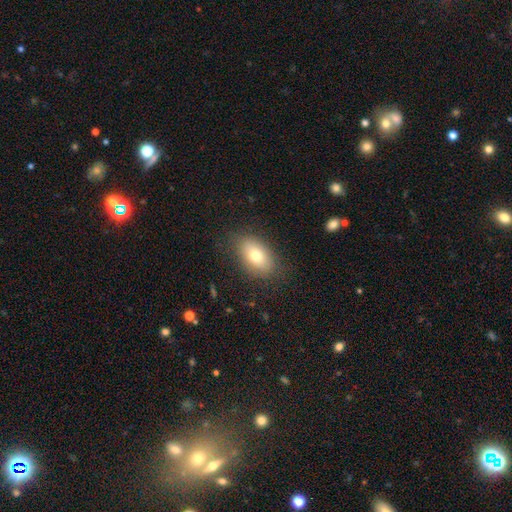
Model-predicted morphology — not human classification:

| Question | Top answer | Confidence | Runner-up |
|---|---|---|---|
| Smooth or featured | smooth | 74% | featured or disk (17%) |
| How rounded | in between | 89% | round (8%) |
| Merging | none | 82% | minor disturbance (13%) |